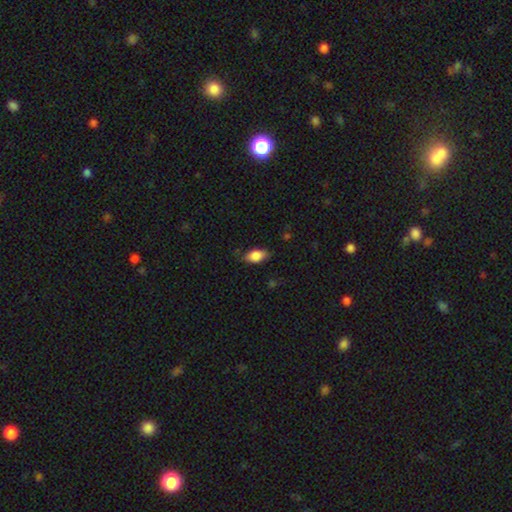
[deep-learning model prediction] The model was most divided on "merging": none: 77%, minor disturbance: 18%, major disturbance: 4%, merger: 1%. More confident: how rounded — in between (89%); smooth or featured — smooth (82%).